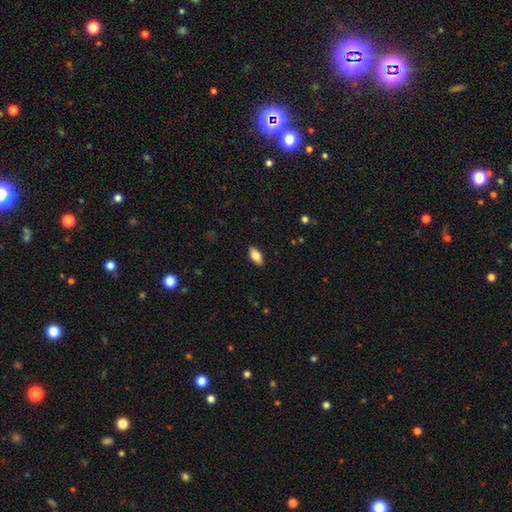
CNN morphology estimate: Smooth or featured? Predicted: smooth (p=0.81). How rounded? Predicted: in between (p=0.91). Merging? Predicted: none (p=0.89).